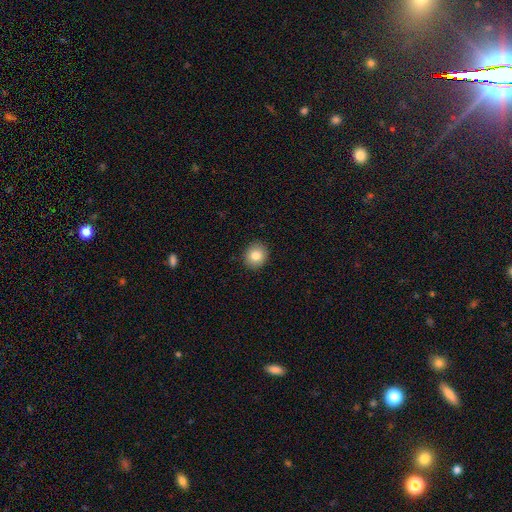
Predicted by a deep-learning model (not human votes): Smooth or featured: smooth — 83% (star or artifact — 9%)
How rounded: round — 81% (in between — 18%)
Merging: none — 91% (minor disturbance — 6%)